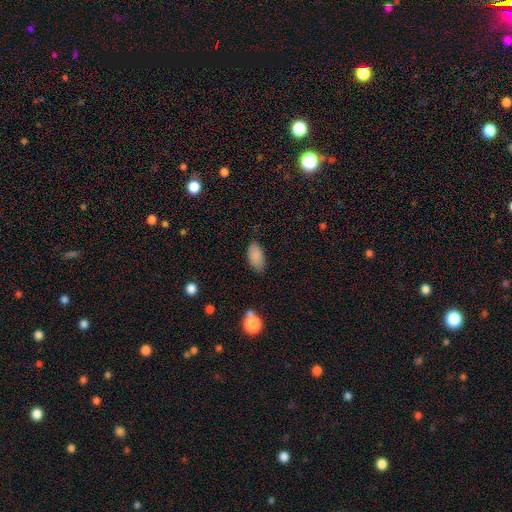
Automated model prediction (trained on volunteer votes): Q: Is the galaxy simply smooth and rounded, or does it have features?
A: smooth — 86%.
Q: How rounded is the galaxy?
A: in between — 93%.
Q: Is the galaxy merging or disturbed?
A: none — 77%.